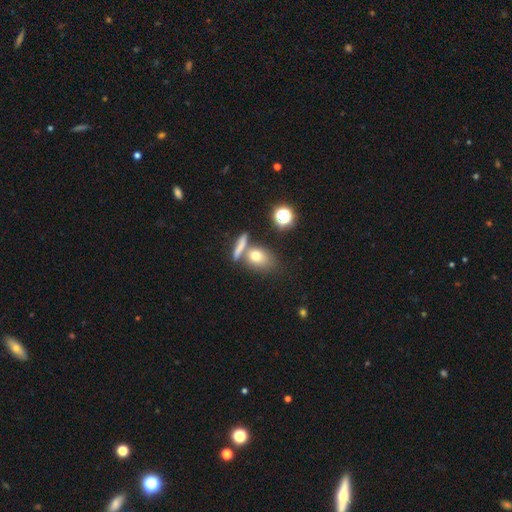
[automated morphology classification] Overall: smooth (73%). How rounded: in between (50%; round 43%). Merging: none (56%; merger 26%).